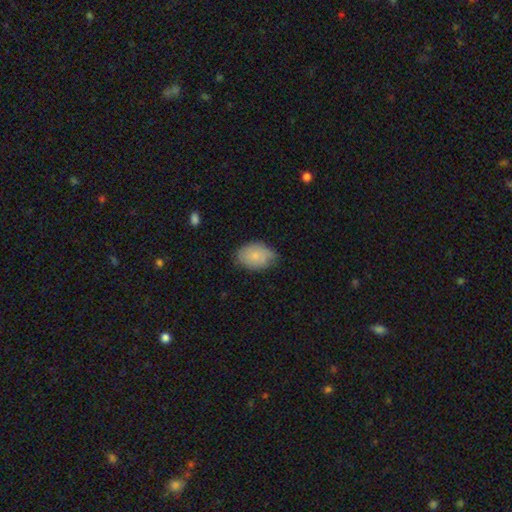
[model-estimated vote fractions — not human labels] smooth_or_featured: smooth (p=0.73) [alt: featured or disk p=0.20]
how_rounded: in between (p=0.84) [alt: round p=0.15]
merging: none (p=0.65) [alt: minor disturbance p=0.28]